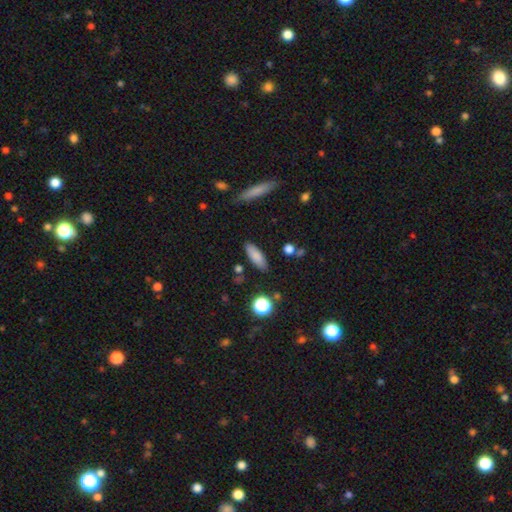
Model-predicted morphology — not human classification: type=smooth (83%); roundness=in between (58%); merging=none (84%).